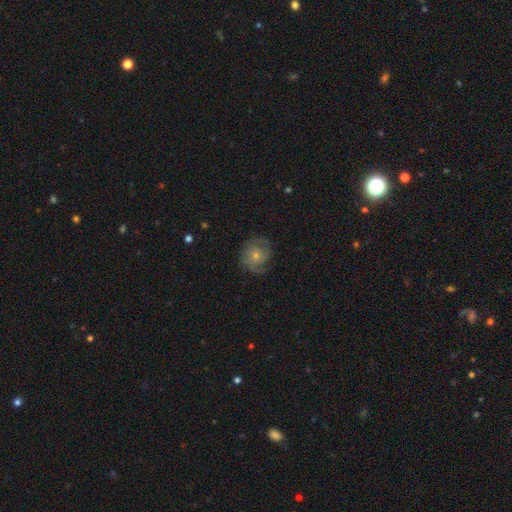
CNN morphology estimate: smooth_or_featured: featured or disk (p=0.62) [alt: smooth p=0.26]
disk_edge_on: no (p=0.97) [alt: yes p=0.03]
bar: no (p=0.82) [alt: weak p=0.15]
has_spiral_arms: yes (p=0.85) [alt: no p=0.15]
spiral_winding: tight (p=0.56) [alt: medium p=0.33]
spiral_arm_count: can't tell (p=0.39) [alt: 2 p=0.29]
bulge_size: small (p=0.56) [alt: moderate p=0.37]
merging: none (p=0.74) [alt: minor disturbance p=0.16]